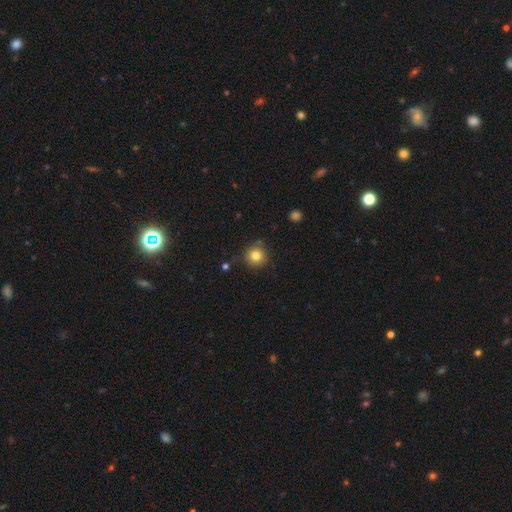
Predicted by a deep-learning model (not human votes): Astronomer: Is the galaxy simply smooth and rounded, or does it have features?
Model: smooth — 82%.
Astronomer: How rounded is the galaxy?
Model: round — 94%.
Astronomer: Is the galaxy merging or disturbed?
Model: none — 84%.